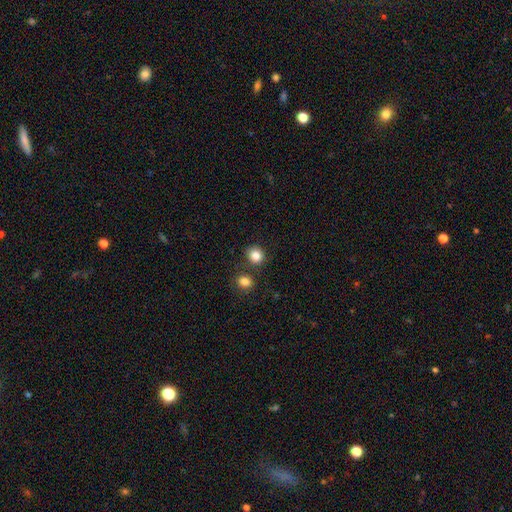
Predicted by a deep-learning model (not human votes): Smooth or featured?
  - smooth: 85% *
  - star or artifact: 10%
  - featured or disk: 5%
How rounded?
  - round: 82% *
  - in between: 17%
  - cigar-shaped: 1%
Merging?
  - none: 77% *
  - merger: 11%
  - minor disturbance: 9%
  - major disturbance: 3%